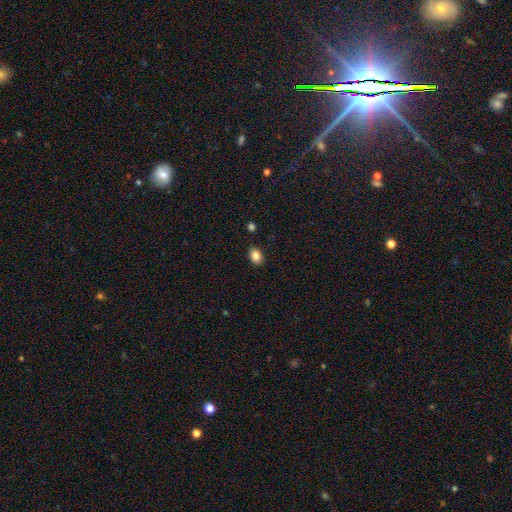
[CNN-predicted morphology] type=smooth (85%); roundness=in between (81%); merging=none (87%).